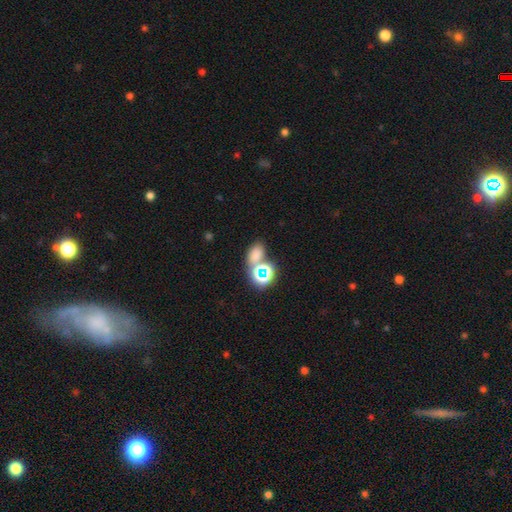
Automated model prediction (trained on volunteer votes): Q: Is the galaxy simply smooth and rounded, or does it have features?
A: smooth — 62%.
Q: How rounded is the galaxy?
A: in between — 72%.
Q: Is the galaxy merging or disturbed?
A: none — 54%.